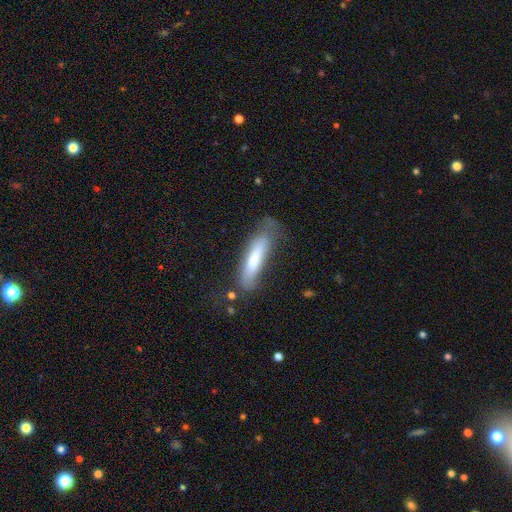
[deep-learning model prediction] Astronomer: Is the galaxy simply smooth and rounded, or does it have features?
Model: smooth — 60%.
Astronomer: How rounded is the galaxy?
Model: cigar-shaped — 79%.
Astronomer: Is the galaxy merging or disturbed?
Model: none — 57%.